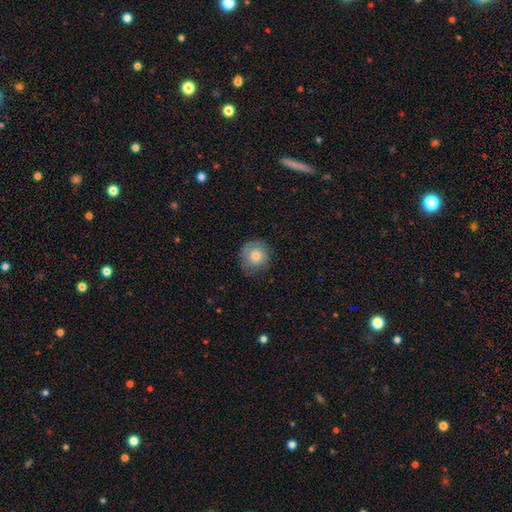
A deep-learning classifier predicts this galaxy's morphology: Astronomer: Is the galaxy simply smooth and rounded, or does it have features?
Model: smooth — 71%.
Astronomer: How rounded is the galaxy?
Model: round — 91%.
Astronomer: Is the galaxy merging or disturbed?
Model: none — 75%.